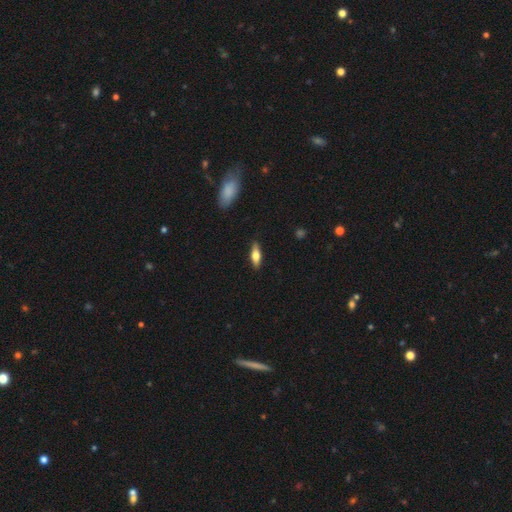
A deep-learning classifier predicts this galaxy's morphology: Smooth or featured? Predicted: smooth (p=0.57). How rounded? Predicted: in between (p=0.55). Merging? Predicted: none (p=0.88).